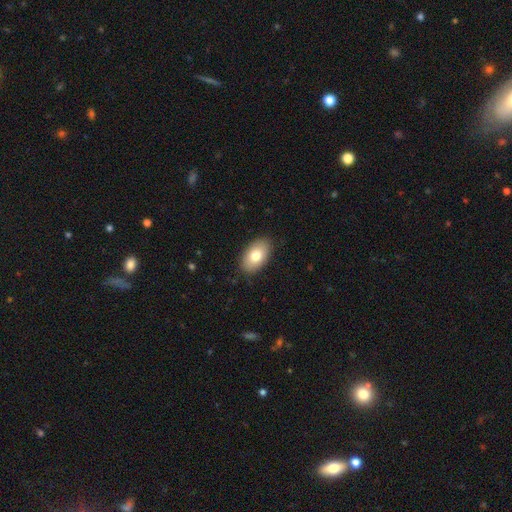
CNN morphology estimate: Smooth or featured? Predicted: smooth (p=0.77). How rounded? Predicted: in between (p=0.93). Merging? Predicted: none (p=0.87).